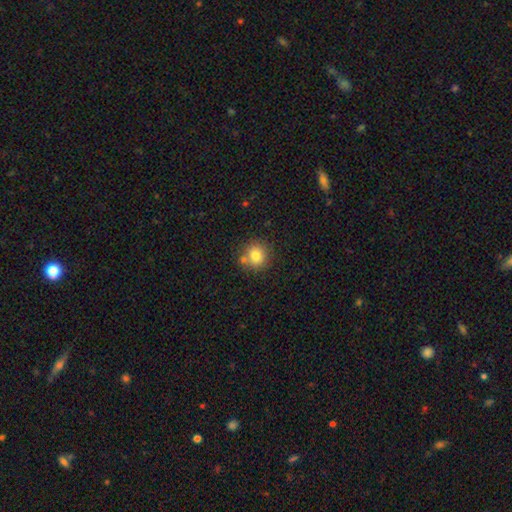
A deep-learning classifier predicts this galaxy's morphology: smooth_or_featured: smooth (p=0.80) [alt: star or artifact p=0.11]
how_rounded: round (p=0.89) [alt: in between p=0.10]
merging: none (p=0.72) [alt: merger p=0.13]